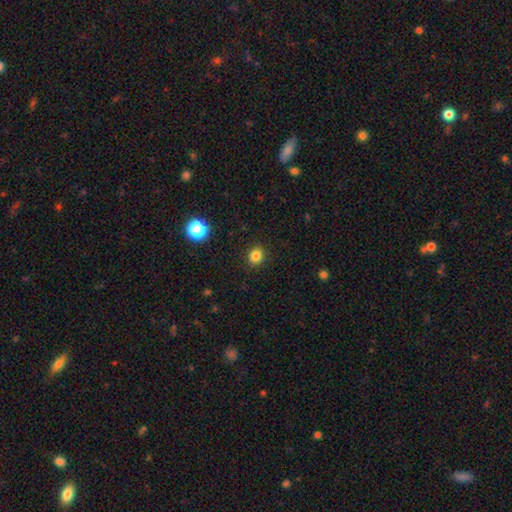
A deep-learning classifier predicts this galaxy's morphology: Overall: smooth (83%). How rounded: round (72%). Merging: none (90%).